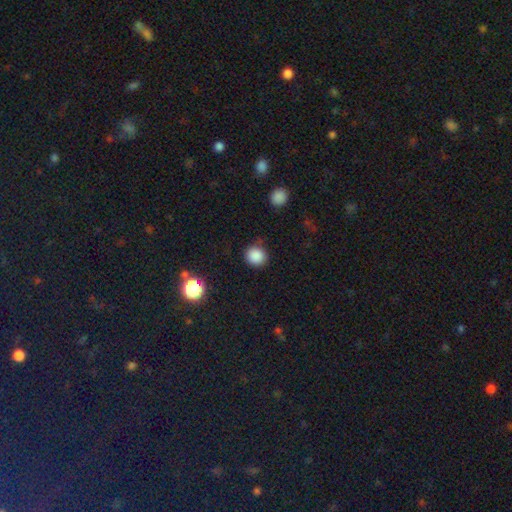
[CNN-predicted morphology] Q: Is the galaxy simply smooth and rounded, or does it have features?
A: smooth — 86%.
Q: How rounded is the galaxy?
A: round — 91%.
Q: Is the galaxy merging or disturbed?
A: none — 87%.